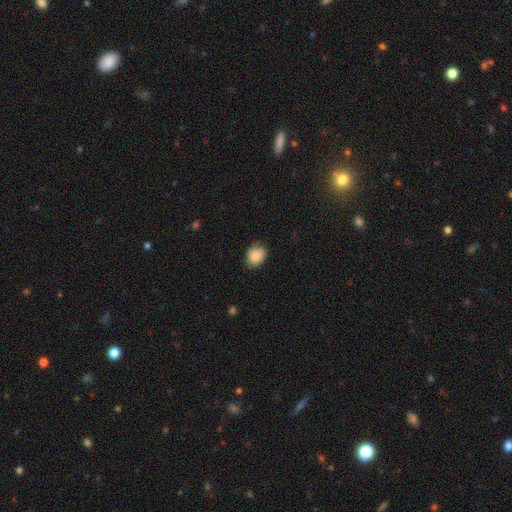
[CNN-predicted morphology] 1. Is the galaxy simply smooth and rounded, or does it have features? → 84% smooth, 9% featured or disk, 8% star or artifact.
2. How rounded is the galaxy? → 50% round, 49% in between, 1% cigar-shaped.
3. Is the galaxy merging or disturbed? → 76% none, 20% minor disturbance, 4% major disturbance, 1% merger.